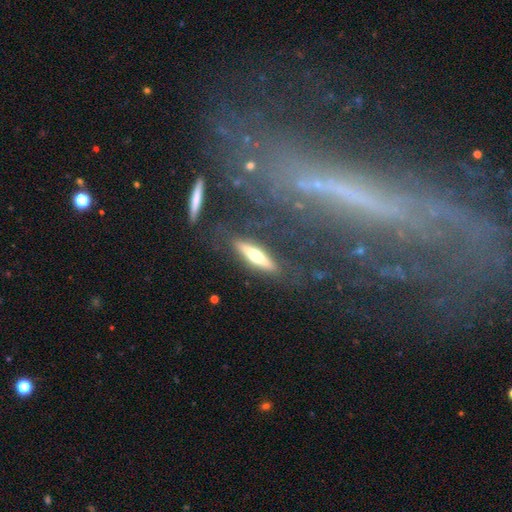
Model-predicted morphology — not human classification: The model was most divided on "smooth or featured": featured or disk: 51%, smooth: 42%, star or artifact: 7%. More confident: edge-on disk — yes (88%); merging — none (80%).